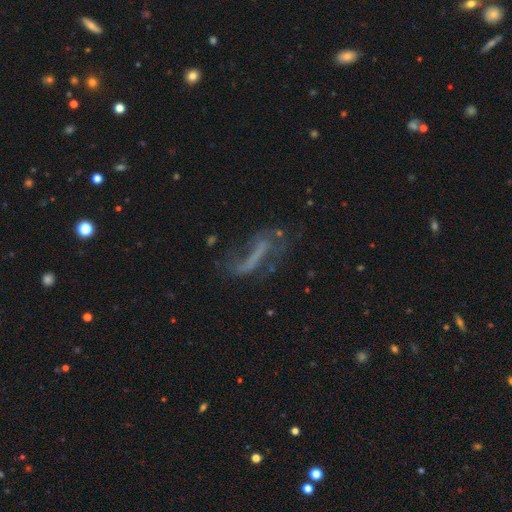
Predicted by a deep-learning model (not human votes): Morphology: type=featured or disk (56%); edge-on=no (81%); merging=none (39%).